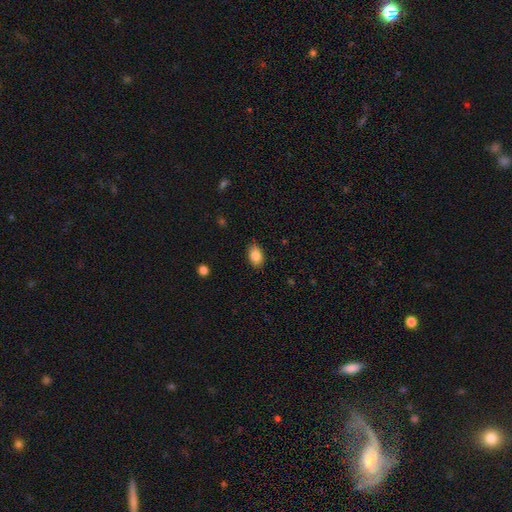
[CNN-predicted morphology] Overall: smooth (85%). How rounded: in between (85%). Merging: none (87%).